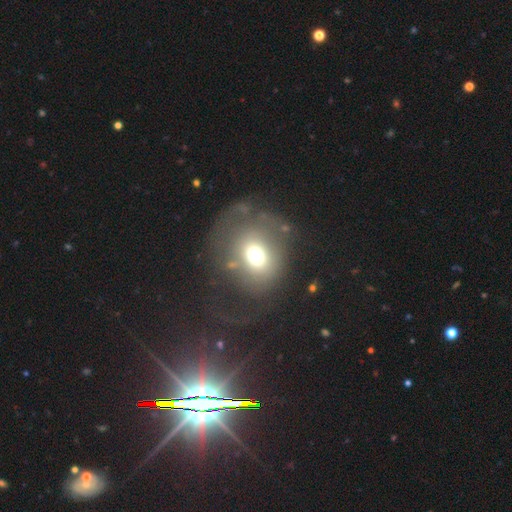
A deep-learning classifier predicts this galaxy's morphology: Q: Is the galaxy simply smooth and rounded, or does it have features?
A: smooth — 59%.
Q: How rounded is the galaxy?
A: round — 70%.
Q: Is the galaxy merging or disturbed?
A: none — 45%.